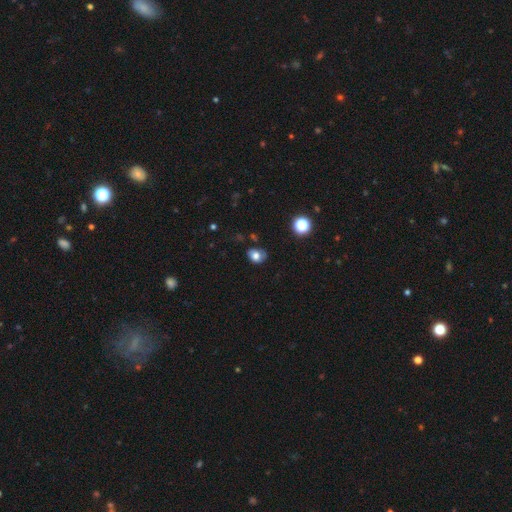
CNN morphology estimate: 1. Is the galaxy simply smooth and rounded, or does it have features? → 73% smooth, 15% featured or disk, 12% star or artifact.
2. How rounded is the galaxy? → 57% in between, 42% round, 1% cigar-shaped.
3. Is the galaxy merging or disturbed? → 64% none, 26% minor disturbance, 7% major disturbance, 4% merger.